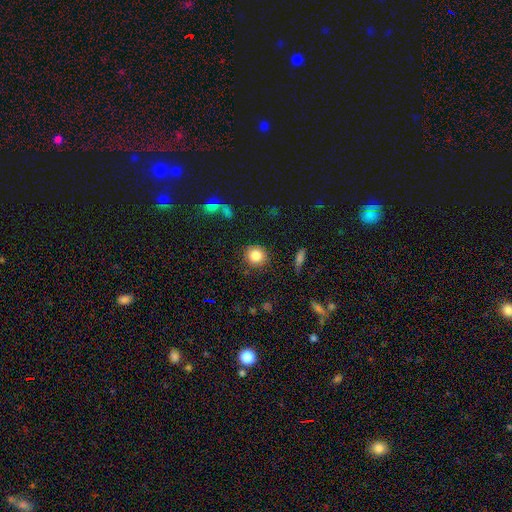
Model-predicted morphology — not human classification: A smooth galaxy with no disk features (84%) that is round (90%).

Vote fractions:
- Smooth or featured? smooth: 84% / star or artifact: 10% / featured or disk: 6%
- How rounded? round: 90% / in between: 9% / cigar-shaped: 1%
- Merging? none: 88% / minor disturbance: 8% / major disturbance: 3% / merger: 2%